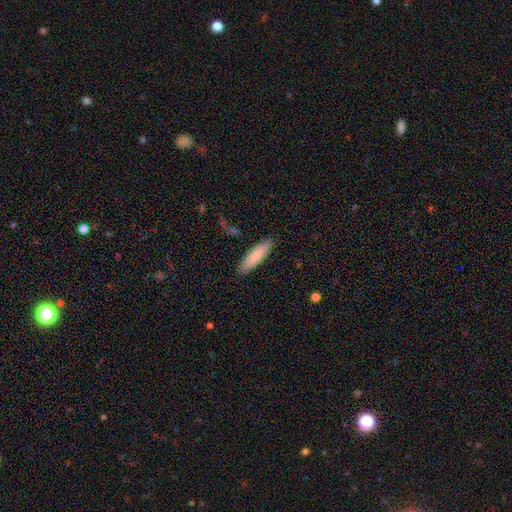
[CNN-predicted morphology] Smooth or featured? Predicted: smooth (p=0.79). How rounded? Predicted: cigar-shaped (p=0.60). Merging? Predicted: none (p=0.87).